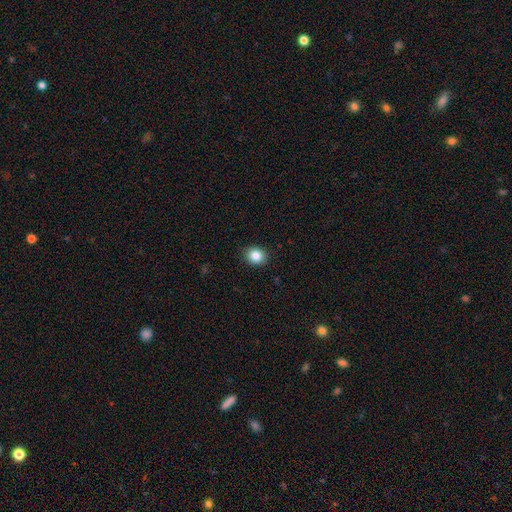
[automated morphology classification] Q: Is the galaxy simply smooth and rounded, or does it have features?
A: smooth — 85%.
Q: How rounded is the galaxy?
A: round — 68%.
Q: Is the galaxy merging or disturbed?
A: none — 89%.